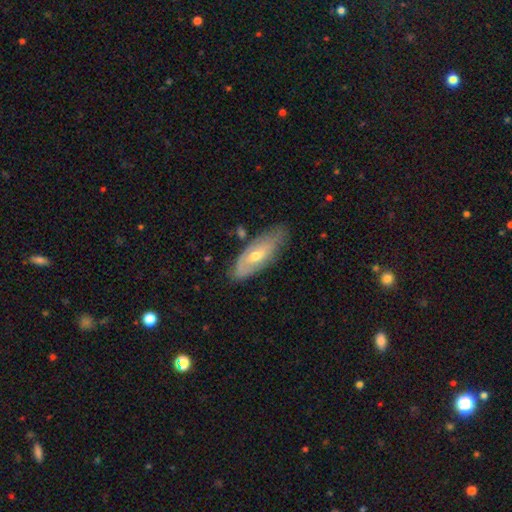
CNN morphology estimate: Overall: featured or disk (55%; smooth 39%). Edge-on disk: no (76%). Merging: none (71%).